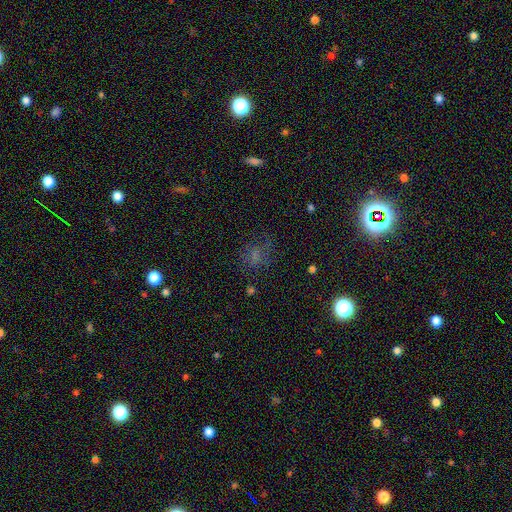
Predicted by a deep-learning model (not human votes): This appears to be a smooth galaxy with no disk features (47%). Merging: none (59%).